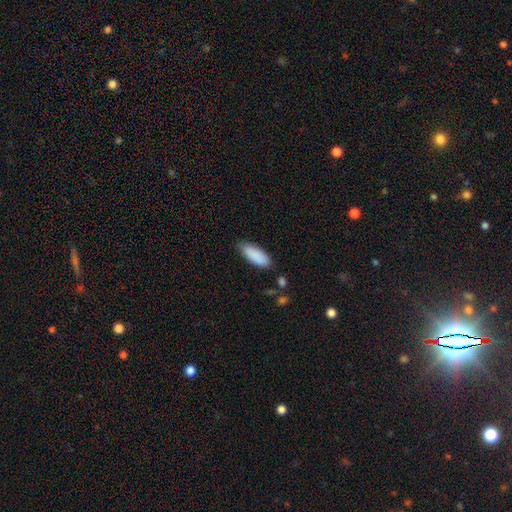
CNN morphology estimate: smooth 89%, star or artifact 6%, featured or disk 5%. Down the decision tree: how rounded — in between (76%); merging — none (79%).